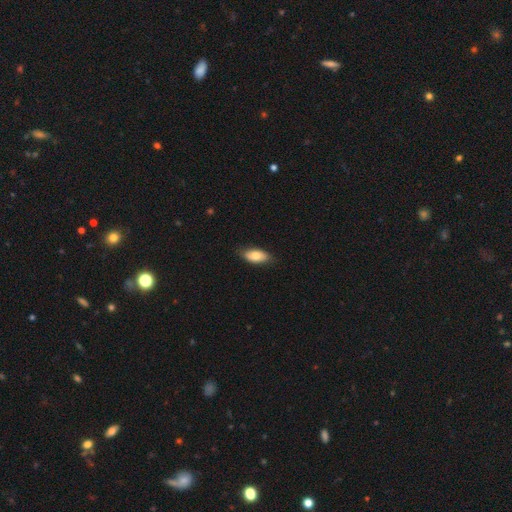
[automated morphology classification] This appears to be a smooth galaxy with no disk features (76%) that is in between round and cigar-shaped (91%). Merging: none (83%).